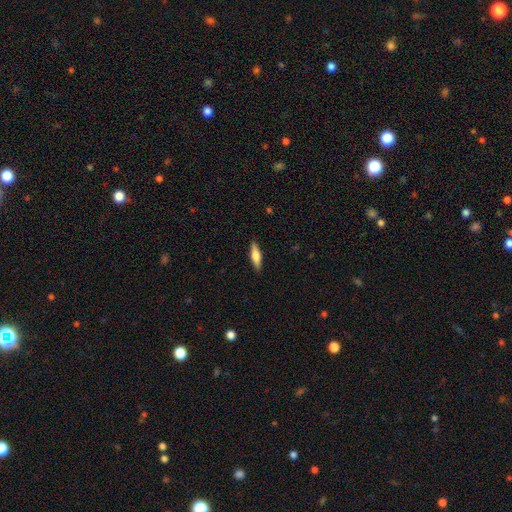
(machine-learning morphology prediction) Smooth or featured? smooth (64%)
How rounded? cigar-shaped (58%)
Merging? none (88%)